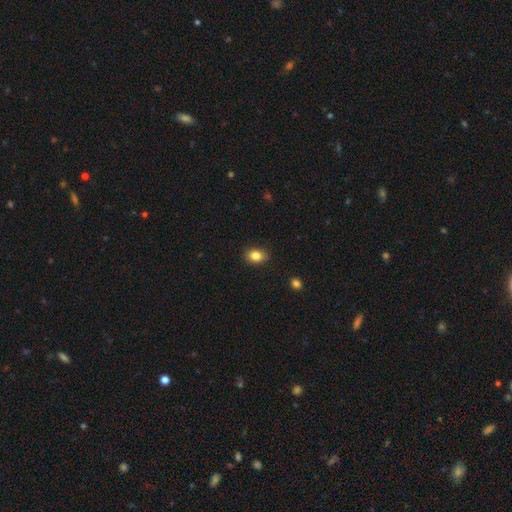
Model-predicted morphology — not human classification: Overall: smooth (84%). How rounded: in between (65%; round 34%). Merging: none (85%).